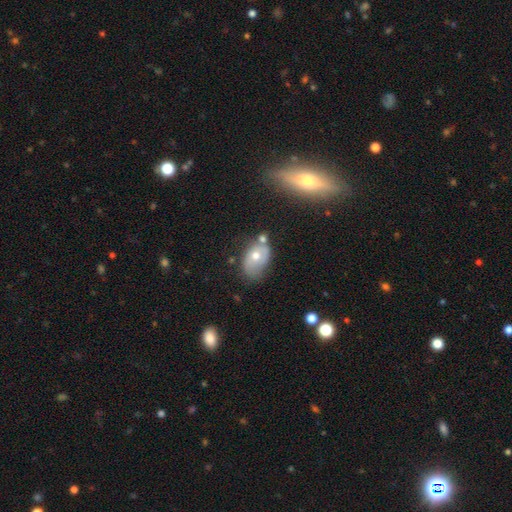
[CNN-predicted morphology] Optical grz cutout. It shows a smooth galaxy with no disk features (56%) that is in between round and cigar-shaped (84%). Merging: none (41%).